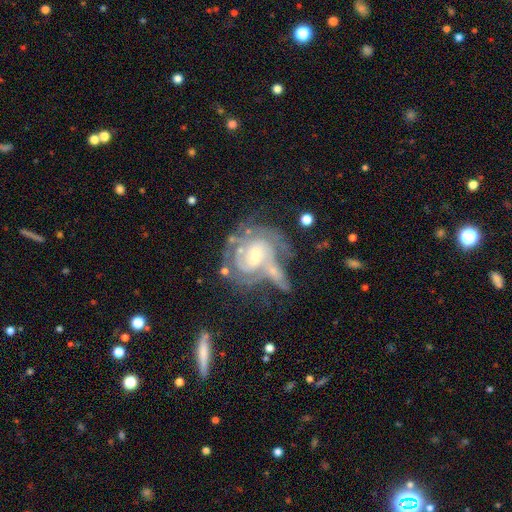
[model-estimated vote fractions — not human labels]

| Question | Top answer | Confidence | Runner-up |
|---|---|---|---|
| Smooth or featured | featured or disk | 86% | smooth (8%) |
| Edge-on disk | no | 97% | yes (3%) |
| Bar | no | 59% | weak (32%) |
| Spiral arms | yes | 94% | no (6%) |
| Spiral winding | tight | 67% | medium (26%) |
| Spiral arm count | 2 | 33% | can't tell (32%) |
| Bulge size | small | 53% | moderate (41%) |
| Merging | none | 41% | merger (25%) |